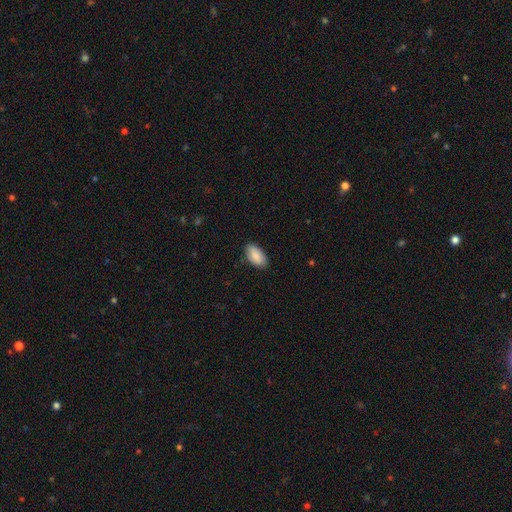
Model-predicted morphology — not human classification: This is clearly a smooth galaxy (87%). How rounded: clearly in between (95%). Merging: clearly none (82%).